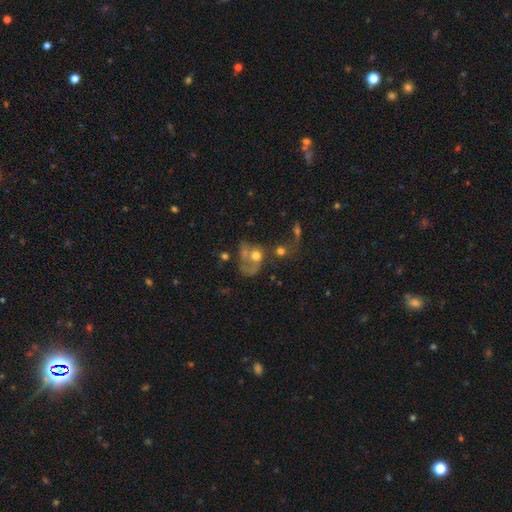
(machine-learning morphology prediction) A smooth galaxy with no disk features (49%). Merging: merger (44%).